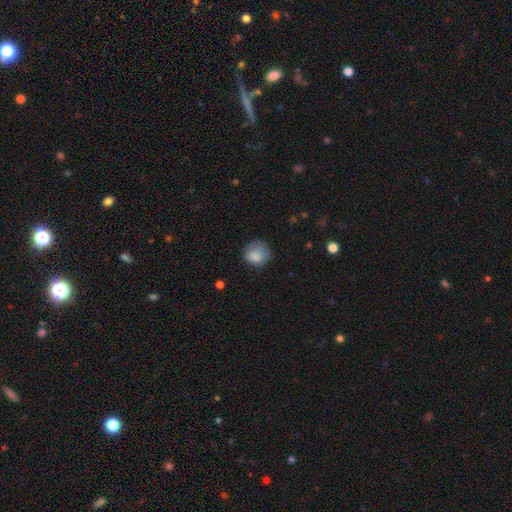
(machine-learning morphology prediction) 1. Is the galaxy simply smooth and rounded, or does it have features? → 80% smooth, 11% featured or disk, 9% star or artifact.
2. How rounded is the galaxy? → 73% round, 26% in between, 1% cigar-shaped.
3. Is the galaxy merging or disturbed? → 60% none, 26% minor disturbance, 12% major disturbance, 2% merger.